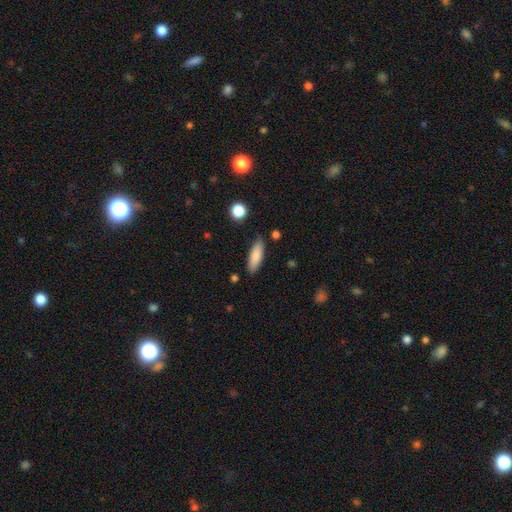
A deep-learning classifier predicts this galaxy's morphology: Smooth or featured? smooth (83%)
How rounded? in between (55%)
Merging? none (84%)